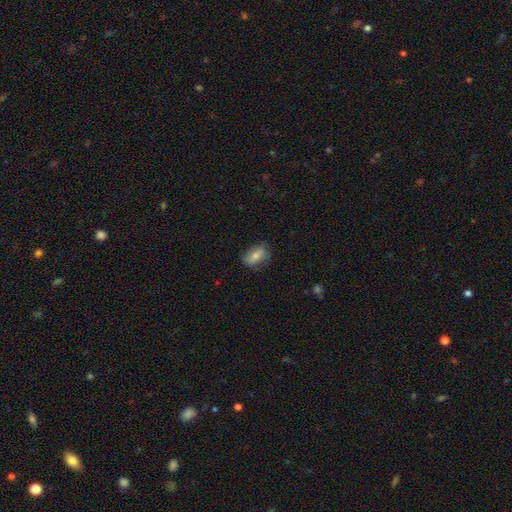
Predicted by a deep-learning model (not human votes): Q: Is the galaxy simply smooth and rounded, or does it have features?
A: smooth — 67%.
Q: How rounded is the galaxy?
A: in between — 83%.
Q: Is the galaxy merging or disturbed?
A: none — 73%.